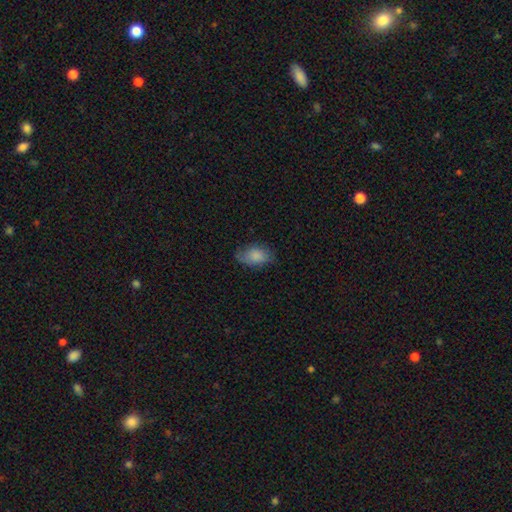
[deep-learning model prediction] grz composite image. It shows a smooth galaxy with no disk features (81%) that is in between round and cigar-shaped (87%). Merging: none (64%).